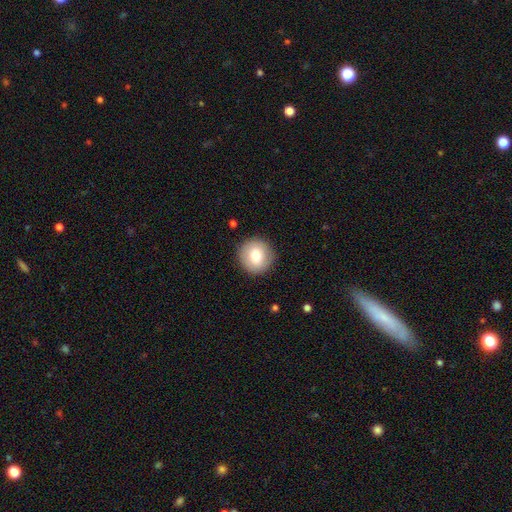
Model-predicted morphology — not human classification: Q: Smooth or featured?
A: smooth (77%); runner-up: featured or disk (15%)
Q: How rounded?
A: round (92%); runner-up: in between (7%)
Q: Merging?
A: none (89%); runner-up: minor disturbance (8%)